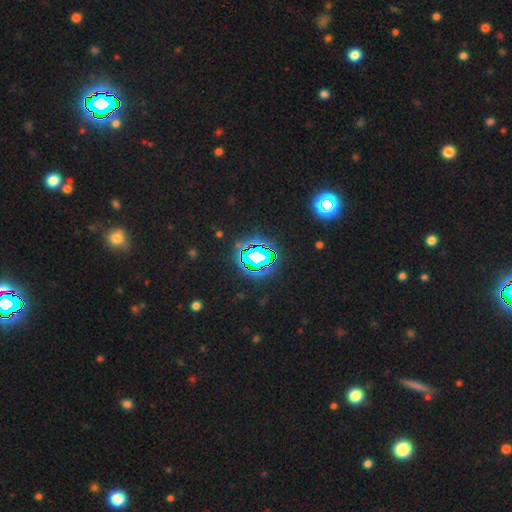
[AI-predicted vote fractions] smooth-or-featured: star or artifact: 74% | smooth: 15% | featured or disk: 10%